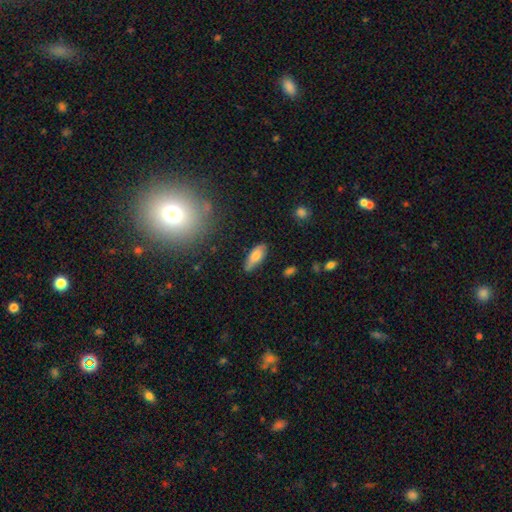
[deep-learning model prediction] smooth-or-featured: smooth: 73% | featured or disk: 20% | star or artifact: 7%
  how-rounded: in between: 74% | cigar-shaped: 24% | round: 2%
  merging: none: 77% | minor disturbance: 18% | major disturbance: 3% | merger: 2%